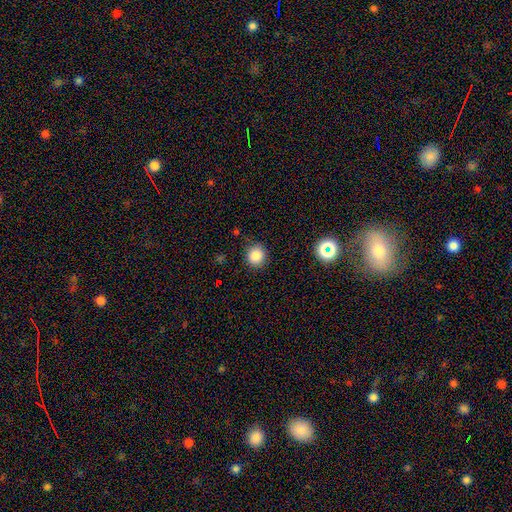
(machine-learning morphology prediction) smooth_or_featured: smooth (p=0.84) [alt: star or artifact p=0.11]
how_rounded: round (p=0.89) [alt: in between p=0.10]
merging: none (p=0.87) [alt: minor disturbance p=0.09]